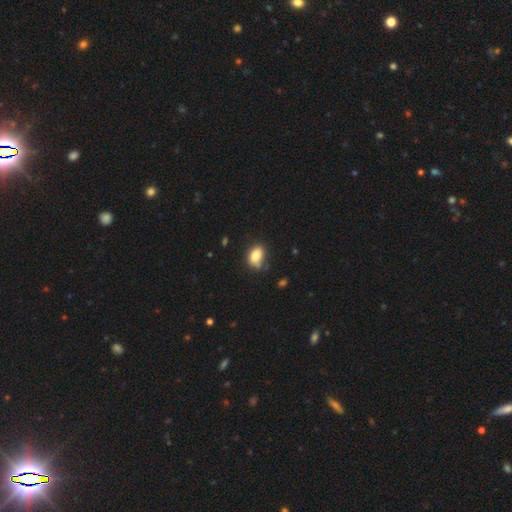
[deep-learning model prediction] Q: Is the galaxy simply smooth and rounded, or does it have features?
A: smooth — 83%.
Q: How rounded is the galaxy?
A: in between — 81%.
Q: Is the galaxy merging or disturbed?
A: none — 63%.